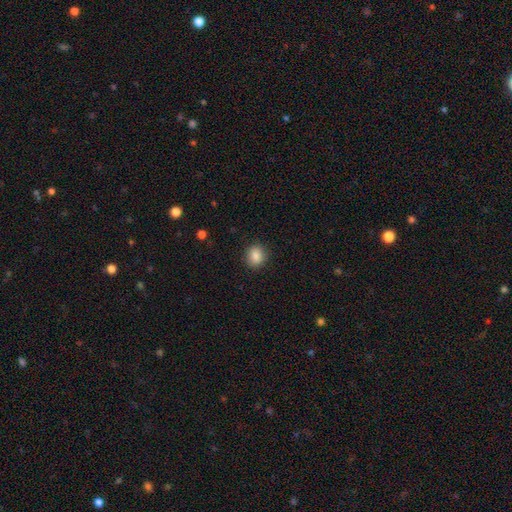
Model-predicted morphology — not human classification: A smooth galaxy with no disk features (87%) that is round (74%). Merging: none (89%).